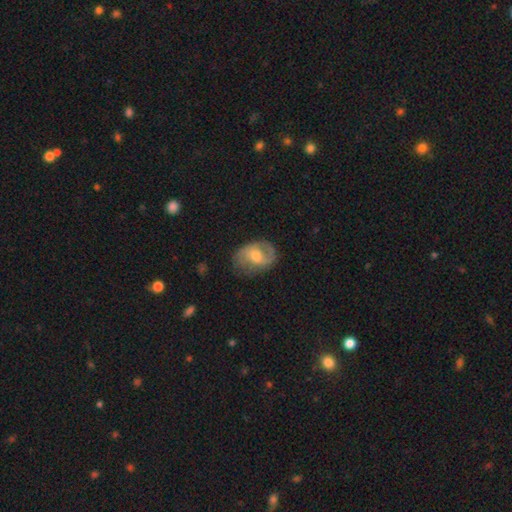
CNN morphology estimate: A featured or disk galaxy (61%) with no bar (50%), spiral arms (80%) and a moderate central bulge (67%).

Vote fractions:
- Smooth or featured? featured or disk: 61% / smooth: 32% / star or artifact: 6%
- Edge-on disk? no: 96% / yes: 4%
- Bar? no: 50% / weak: 40% / strong: 10%
- Spiral arms? yes: 80% / no: 20%
- Bulge size? moderate: 67% / small: 21% / large: 8% / none: 2% / dominant: 1%
- Merging? none: 65% / minor disturbance: 24% / major disturbance: 10% / merger: 1%